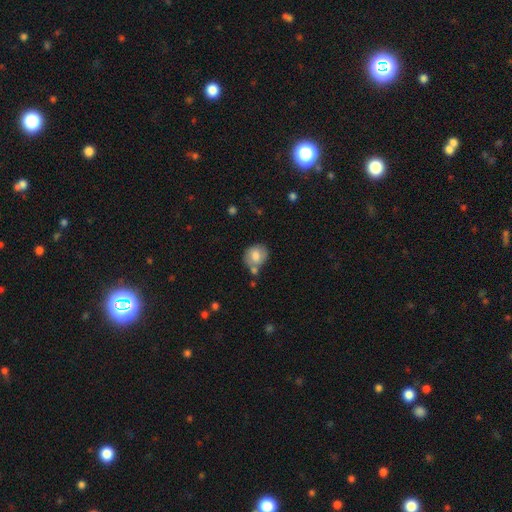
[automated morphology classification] Smooth or featured? Predicted: smooth (p=0.72). How rounded? Predicted: round (p=0.67). Merging? Predicted: none (p=0.58).